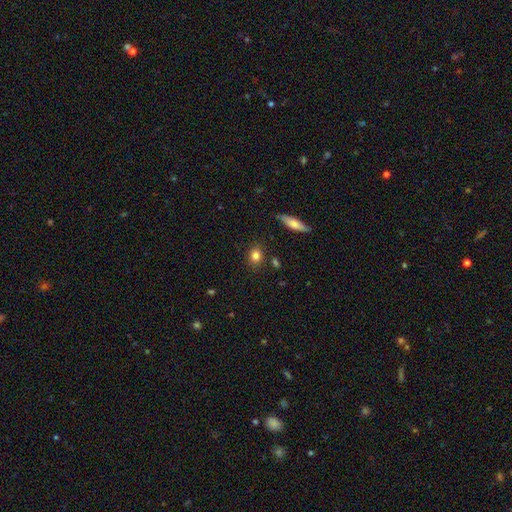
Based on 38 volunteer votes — Smooth or featured? smooth (79%)
How rounded? round (60%)
Merging? none (75%)